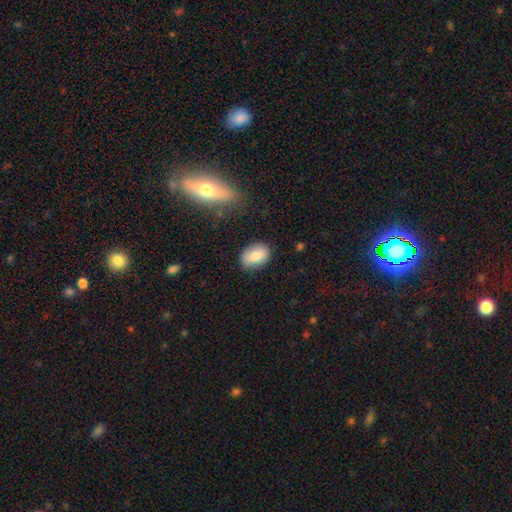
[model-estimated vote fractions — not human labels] A smooth galaxy with no disk features (82%) that is in between round and cigar-shaped (85%).

Vote fractions:
- Smooth or featured? smooth: 82% / featured or disk: 11% / star or artifact: 8%
- How rounded? in between: 85% / round: 13% / cigar-shaped: 2%
- Merging? none: 81% / minor disturbance: 14% / major disturbance: 3% / merger: 2%